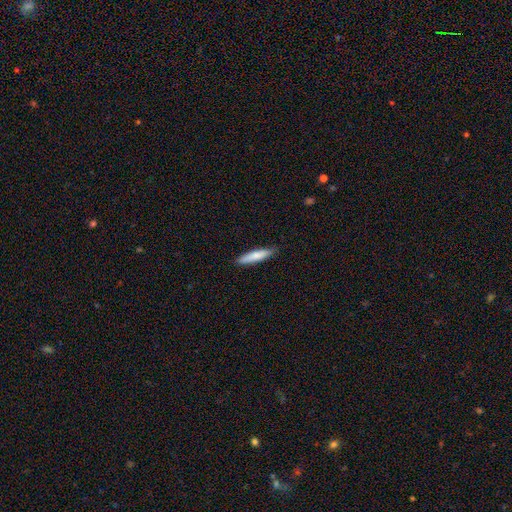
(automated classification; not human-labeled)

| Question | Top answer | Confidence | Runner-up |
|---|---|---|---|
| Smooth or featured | smooth | 77% | featured or disk (18%) |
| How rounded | cigar-shaped | 84% | in between (14%) |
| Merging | none | 87% | minor disturbance (10%) |